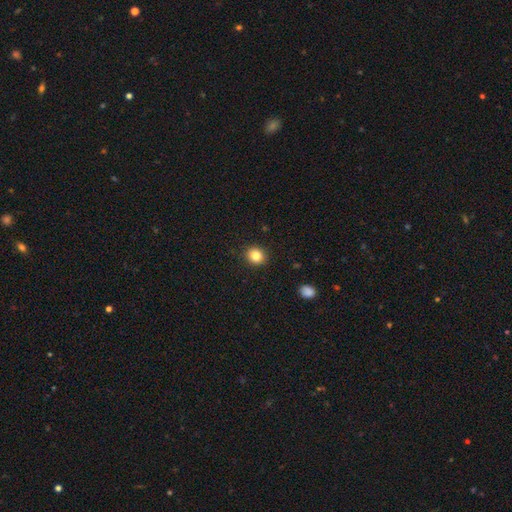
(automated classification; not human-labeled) Smooth or featured? smooth (83%)
How rounded? round (81%)
Merging? none (92%)